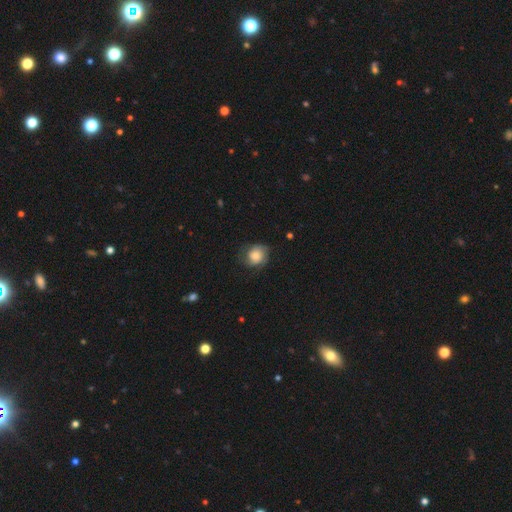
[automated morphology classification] smooth_or_featured: smooth (p=0.64) [alt: featured or disk p=0.28]
how_rounded: round (p=0.74) [alt: in between p=0.25]
merging: none (p=0.63) [alt: minor disturbance p=0.25]